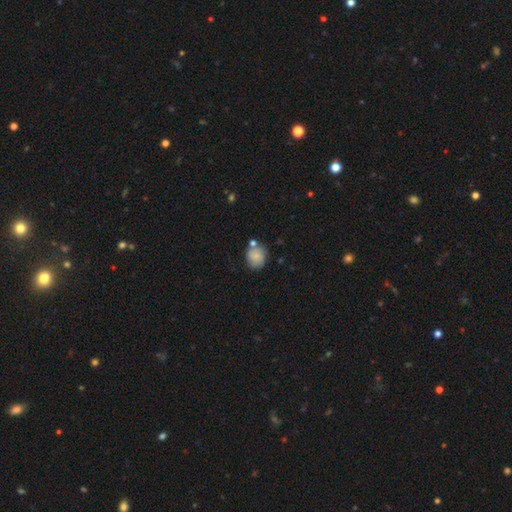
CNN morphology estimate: type=smooth (67%); roundness=round (66%); merging=none (63%).